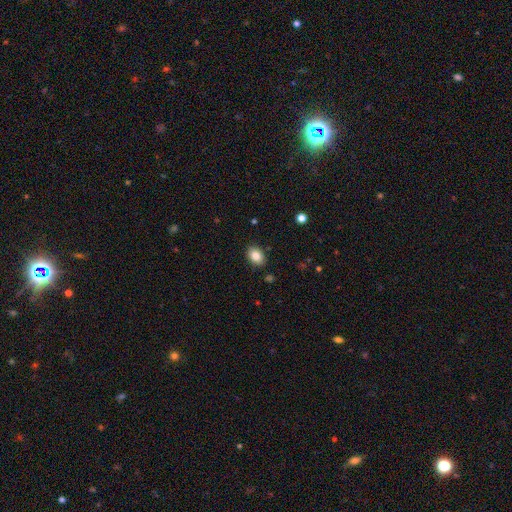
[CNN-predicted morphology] A smooth galaxy with no disk features (85%) that is in between round and cigar-shaped (75%).

Vote fractions:
- Smooth or featured? smooth: 85% / star or artifact: 9% / featured or disk: 6%
- How rounded? in between: 75% / round: 24% / cigar-shaped: 1%
- Merging? none: 87% / minor disturbance: 9% / major disturbance: 2% / merger: 1%